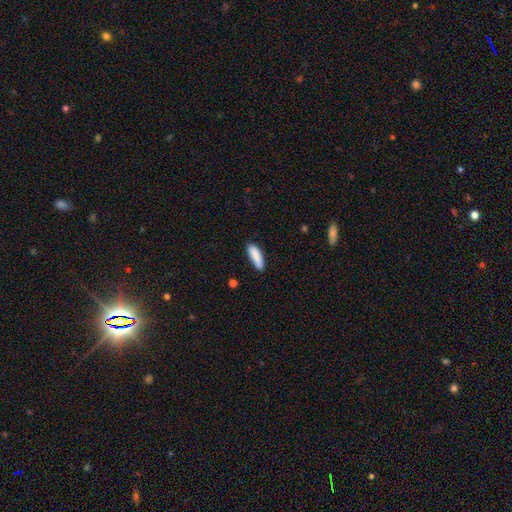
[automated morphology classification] A smooth galaxy with no disk features (88%) that is cigar-shaped (52%). Merging: none (78%).